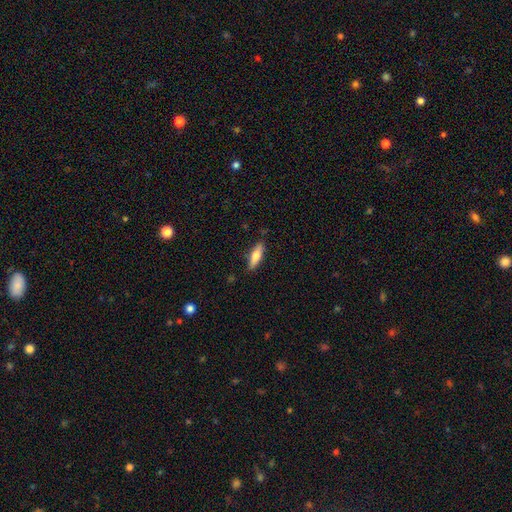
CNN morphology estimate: Q: Smooth or featured?
A: smooth (66%); runner-up: featured or disk (28%)
Q: How rounded?
A: cigar-shaped (59%); runner-up: in between (39%)
Q: Merging?
A: none (84%); runner-up: minor disturbance (12%)